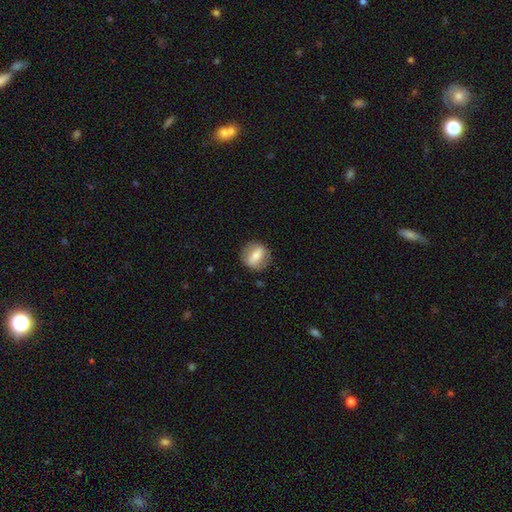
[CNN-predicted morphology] The model was most divided on "smooth or featured": smooth: 57%, featured or disk: 36%, star or artifact: 7%. More confident: merging — none (84%); how rounded — round (69%).